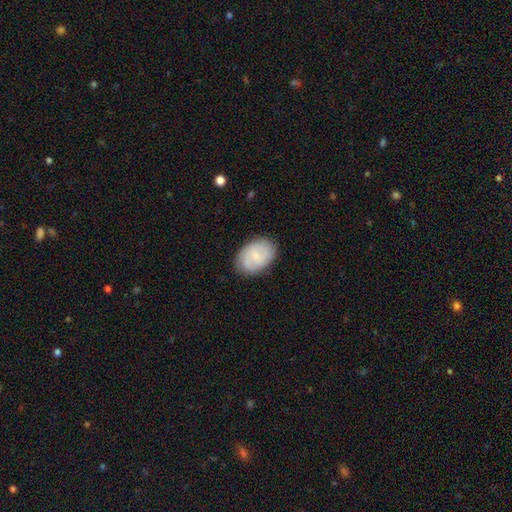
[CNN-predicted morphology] Smooth or featured?
  - smooth: 59% *
  - featured or disk: 34%
  - star or artifact: 7%
How rounded?
  - in between: 82% *
  - round: 17%
  - cigar-shaped: 1%
Merging?
  - none: 82% *
  - minor disturbance: 14%
  - major disturbance: 3%
  - merger: 1%